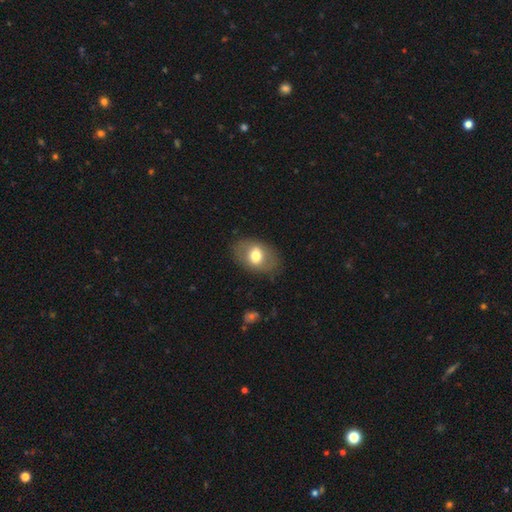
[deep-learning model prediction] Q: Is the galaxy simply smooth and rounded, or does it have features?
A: smooth — 63%.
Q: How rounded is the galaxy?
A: in between — 81%.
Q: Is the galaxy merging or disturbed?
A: none — 81%.